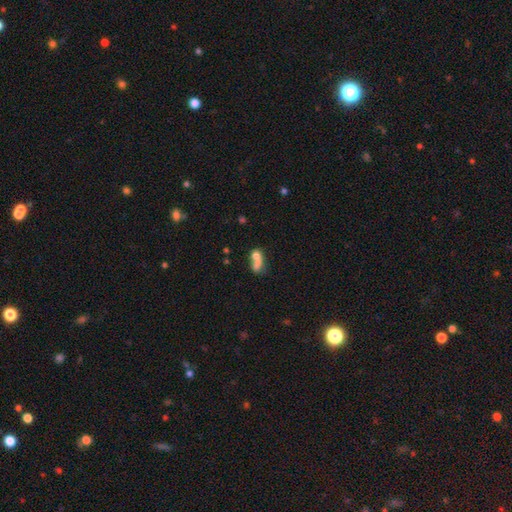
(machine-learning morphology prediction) smooth 68%, featured or disk 20%, star or artifact 12%. Down the decision tree: how rounded — in between (62%); merging — merger (57%).